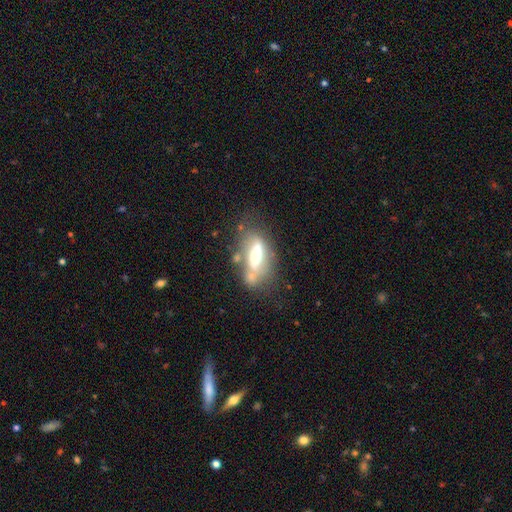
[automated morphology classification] Smooth or featured?
  - featured or disk: 51% *
  - smooth: 41%
  - star or artifact: 8%
Edge-on disk?
  - no: 65% *
  - yes: 35%
Merging?
  - none: 44% *
  - minor disturbance: 22%
  - merger: 20%
  - major disturbance: 15%